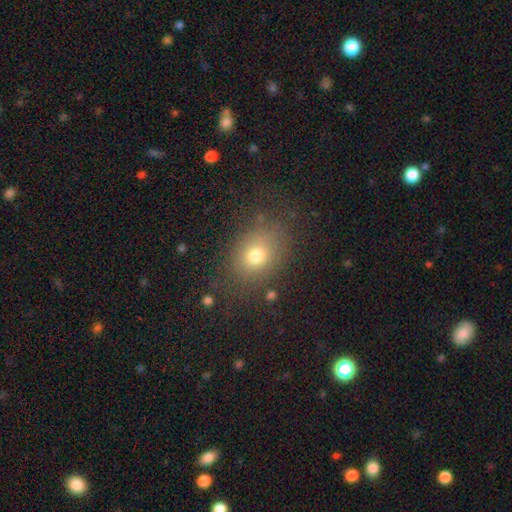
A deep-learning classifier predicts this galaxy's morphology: Smooth or featured? Predicted: smooth (p=0.73). How rounded? Predicted: in between (p=0.57). Merging? Predicted: none (p=0.76).